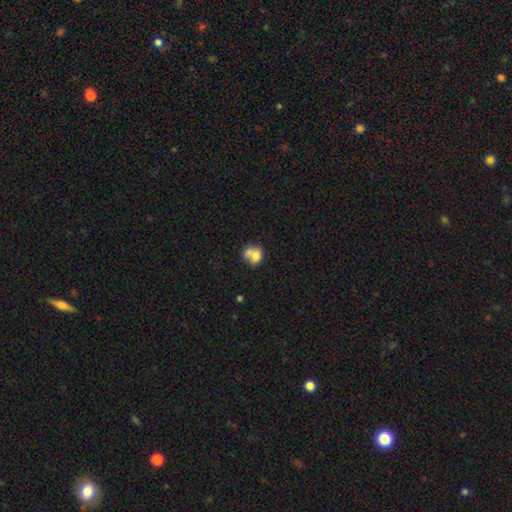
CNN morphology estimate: Smooth or featured?
  - smooth: 69% *
  - featured or disk: 22%
  - star or artifact: 9%
How rounded?
  - round: 56% *
  - in between: 43%
  - cigar-shaped: 1%
Merging?
  - merger: 58% *
  - none: 25%
  - minor disturbance: 11%
  - major disturbance: 6%